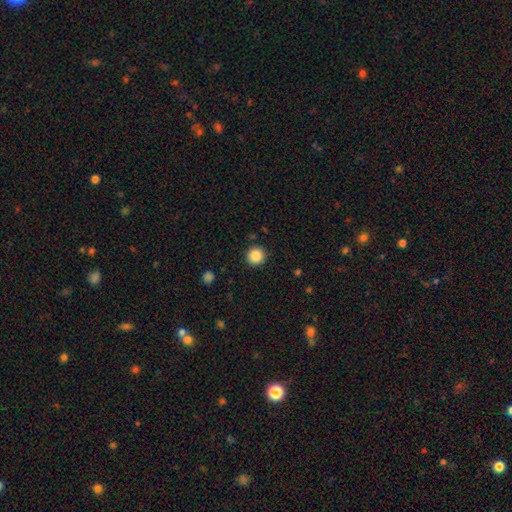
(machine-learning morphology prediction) A smooth galaxy with no disk features (87%) that is round (95%). Merging: none (91%).